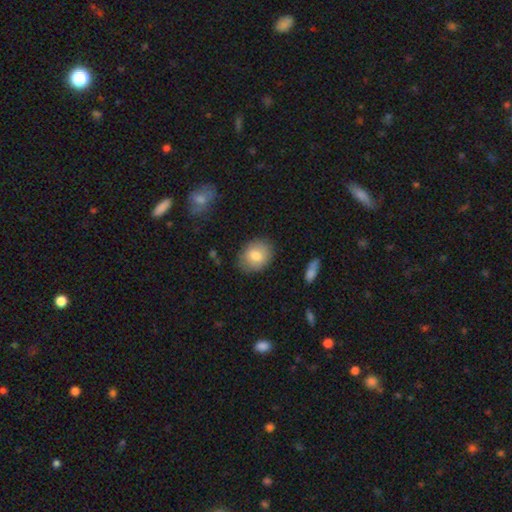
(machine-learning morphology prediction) Q: Smooth or featured?
A: smooth (79%); runner-up: featured or disk (14%)
Q: How rounded?
A: round (52%); runner-up: in between (47%)
Q: Merging?
A: none (83%); runner-up: minor disturbance (13%)